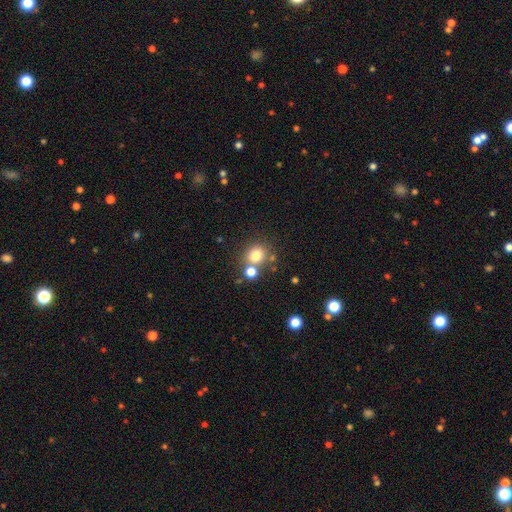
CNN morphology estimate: This appears to be a smooth galaxy with no disk features (77%) that is round (81%). Merging: none (65%).